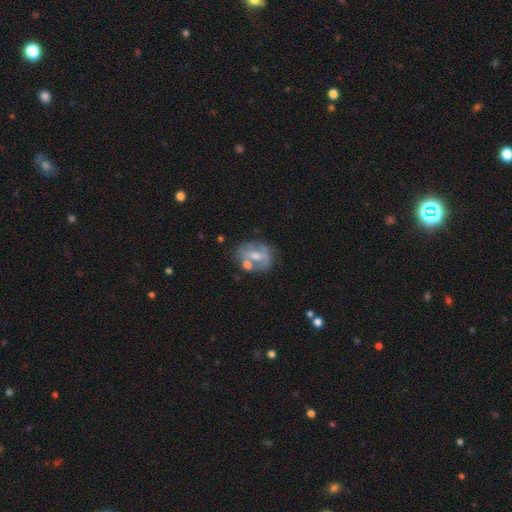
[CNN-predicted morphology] Overall: featured or disk (54%; smooth 35%). Edge-on disk: no (94%). Bar: no (47%; weak 36%). Spiral arms: no (63%; yes 37%). Bulge size: moderate (56%; small 34%). Merging: none (52%; minor disturbance 20%).